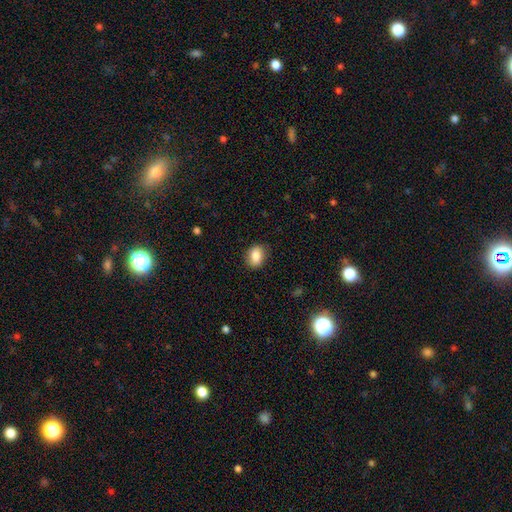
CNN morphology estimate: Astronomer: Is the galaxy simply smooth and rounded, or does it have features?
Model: smooth — 86%.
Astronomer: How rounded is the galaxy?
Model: in between — 66%.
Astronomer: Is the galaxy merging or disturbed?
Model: none — 84%.